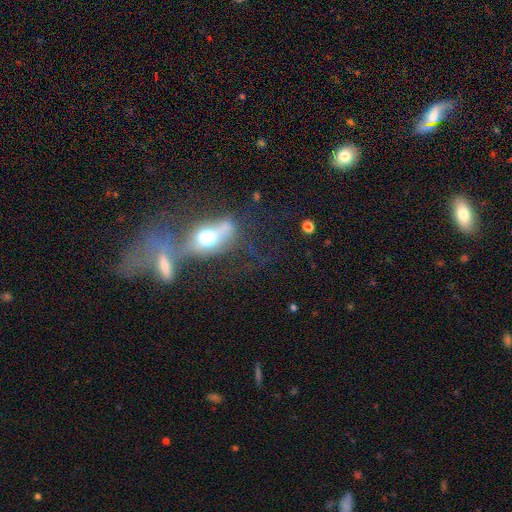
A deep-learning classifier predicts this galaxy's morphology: smooth_or_featured: featured or disk (p=0.42) [alt: smooth p=0.40]
merging: merger (p=0.56) [alt: none p=0.20]